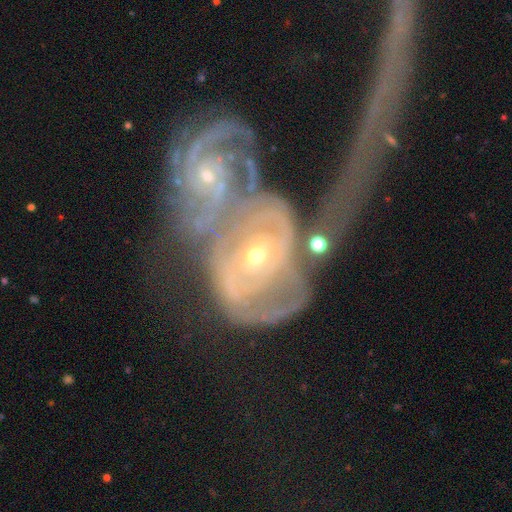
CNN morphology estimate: type=featured or disk (85%); edge-on=no (95%); bar=no (60%); spiral arms=yes (90%); winding=tight (62%); arm count=can't tell (42%); bulge=small (61%); merging=merger (73%).